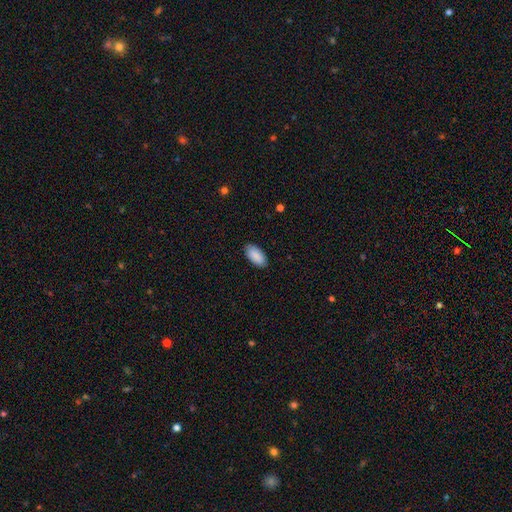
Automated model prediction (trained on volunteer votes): smooth 90%, star or artifact 6%, featured or disk 4%. Down the decision tree: how rounded — in between (94%); merging — none (87%).